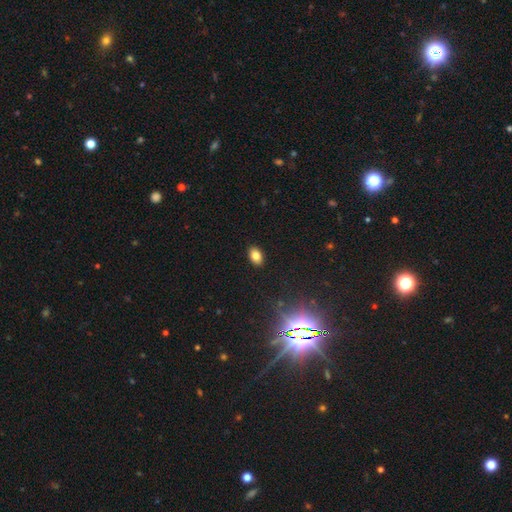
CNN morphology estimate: Q: Smooth or featured?
A: smooth (81%); runner-up: star or artifact (12%)
Q: How rounded?
A: in between (86%); runner-up: round (13%)
Q: Merging?
A: none (90%); runner-up: minor disturbance (7%)